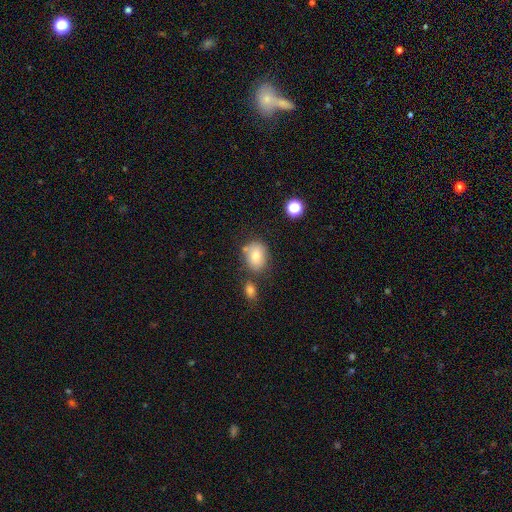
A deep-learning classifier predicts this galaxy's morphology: A smooth galaxy with no disk features (77%) that is in between round and cigar-shaped (59%).

Vote fractions:
- Smooth or featured? smooth: 77% / featured or disk: 14% / star or artifact: 9%
- How rounded? in between: 59% / round: 39% / cigar-shaped: 1%
- Merging? none: 67% / minor disturbance: 16% / merger: 12% / major disturbance: 4%